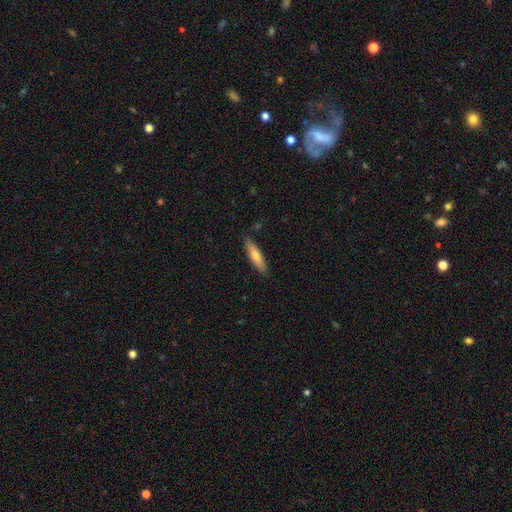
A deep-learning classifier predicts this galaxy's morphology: Overall: smooth (74%). How rounded: cigar-shaped (73%). Merging: none (87%).